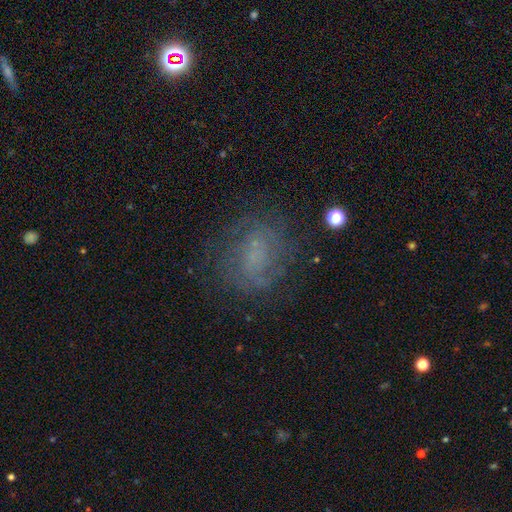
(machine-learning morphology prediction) A smooth galaxy with no disk features (41%). Merging: none (68%).